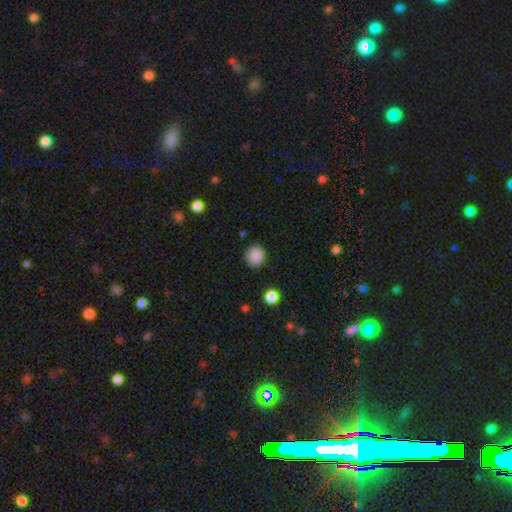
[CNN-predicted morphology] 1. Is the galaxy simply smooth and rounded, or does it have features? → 88% smooth, 9% star or artifact, 3% featured or disk.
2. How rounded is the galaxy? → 88% round, 11% in between, 1% cigar-shaped.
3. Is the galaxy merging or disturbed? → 88% none, 8% minor disturbance, 2% major disturbance, 1% merger.